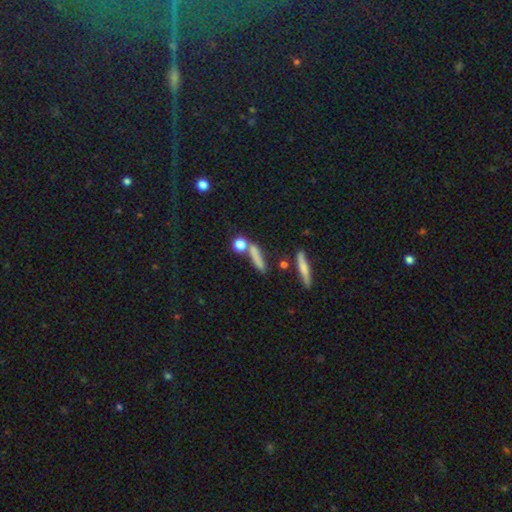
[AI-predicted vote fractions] A smooth galaxy with no disk features (72%) that is cigar-shaped (53%).

Vote fractions:
- Smooth or featured? smooth: 72% / featured or disk: 16% / star or artifact: 12%
- How rounded? cigar-shaped: 53% / round: 27% / in between: 20%
- Merging? none: 56% / merger: 22% / minor disturbance: 14% / major disturbance: 8%